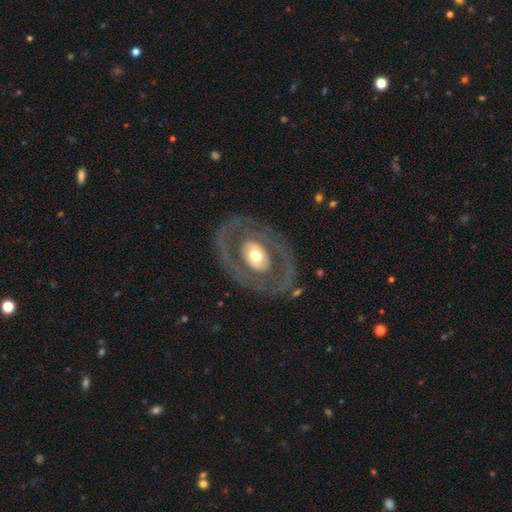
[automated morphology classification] This is likely a featured or disk galaxy (70%). It is clearly not viewed edge-on (94%). Bar: likely no (75%). Spiral arm pattern: likely no (69%). Central bulge: likely moderate (64%). Merging: likely none (78%).